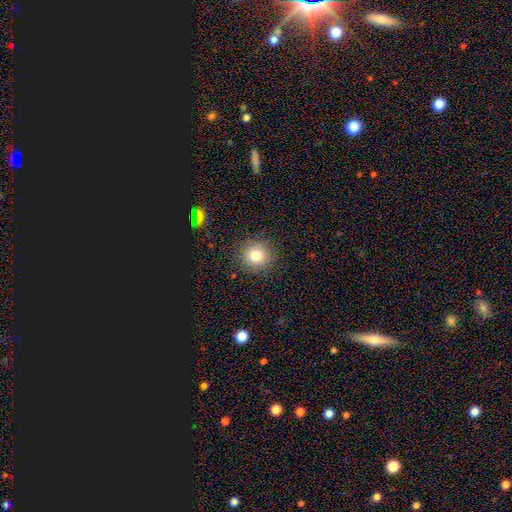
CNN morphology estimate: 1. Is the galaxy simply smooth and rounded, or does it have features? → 78% smooth, 13% star or artifact, 9% featured or disk.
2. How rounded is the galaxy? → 92% round, 7% in between, 1% cigar-shaped.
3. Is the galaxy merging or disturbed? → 88% none, 8% minor disturbance, 3% major disturbance, 1% merger.